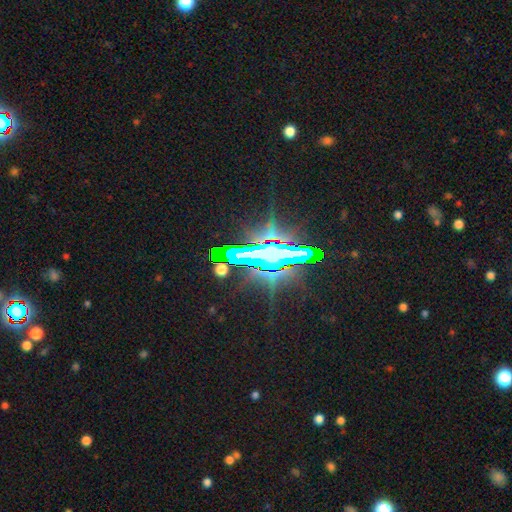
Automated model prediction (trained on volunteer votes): star or artifact 74%, featured or disk 15%, smooth 11%.